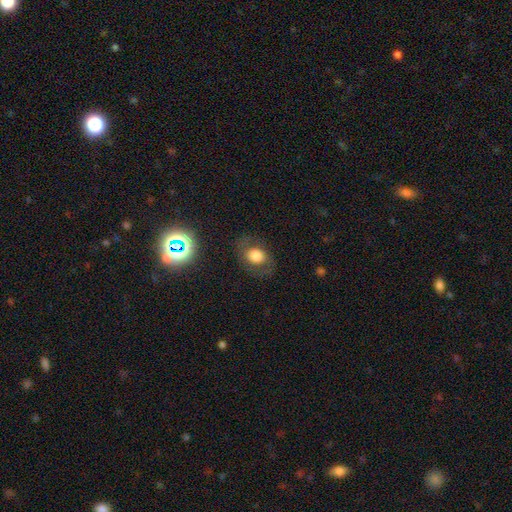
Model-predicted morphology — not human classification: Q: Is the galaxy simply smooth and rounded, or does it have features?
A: smooth — 65%.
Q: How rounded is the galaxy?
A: in between — 54%.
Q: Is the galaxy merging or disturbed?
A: none — 74%.